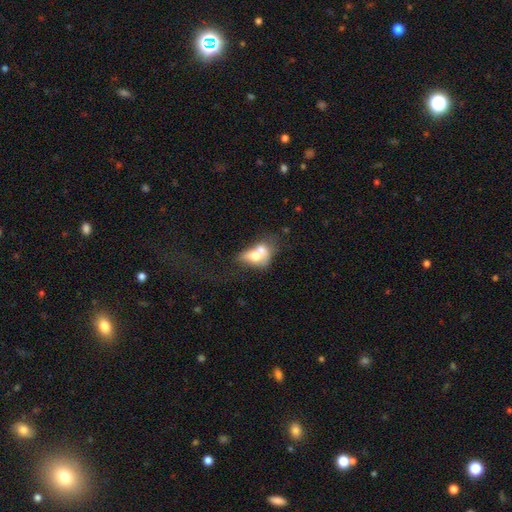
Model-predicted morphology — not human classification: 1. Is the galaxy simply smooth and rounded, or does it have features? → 61% smooth, 30% featured or disk, 9% star or artifact.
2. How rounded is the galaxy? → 70% in between, 28% round, 2% cigar-shaped.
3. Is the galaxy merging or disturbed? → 66% merger, 14% none, 11% major disturbance, 9% minor disturbance.